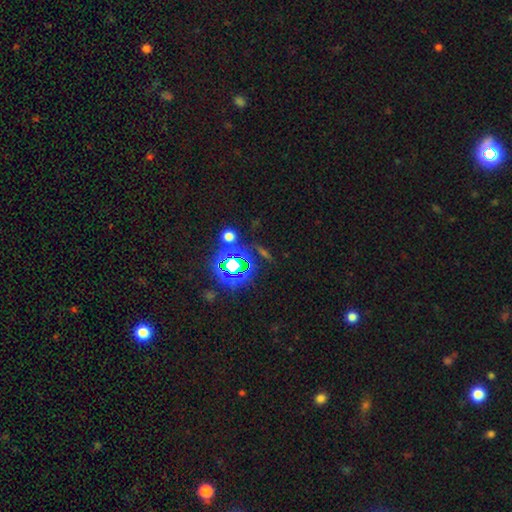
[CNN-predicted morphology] Smooth or featured? Predicted: star or artifact (p=0.79).